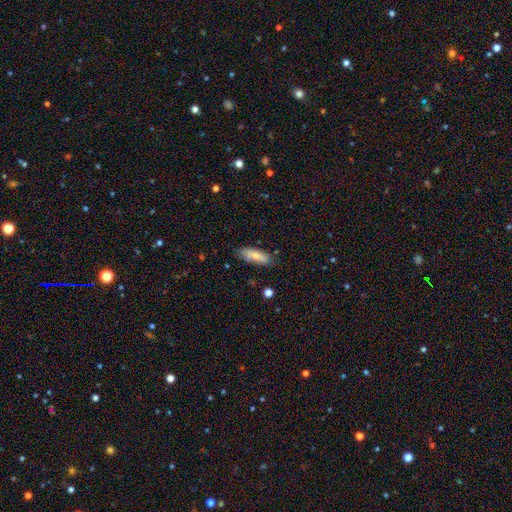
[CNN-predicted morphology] This appears to be a smooth galaxy with no disk features (72%) that is in between round and cigar-shaped (61%). Merging: none (75%).